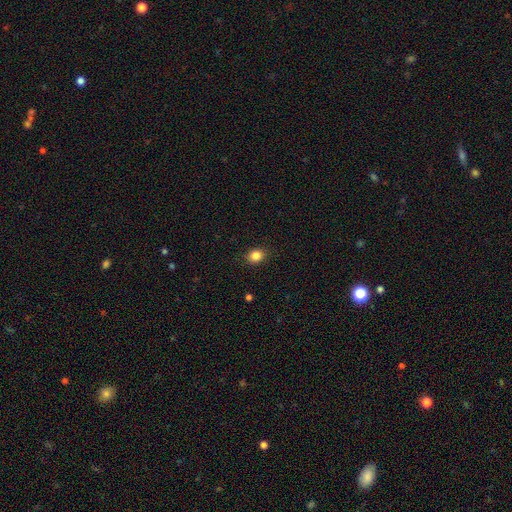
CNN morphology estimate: Smooth or featured? smooth (85%)
How rounded? round (57%)
Merging? none (88%)